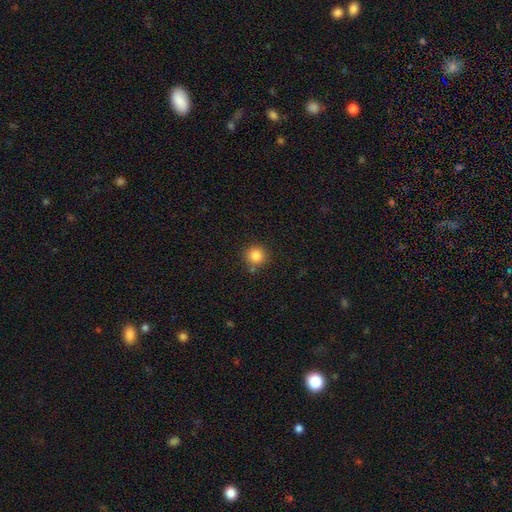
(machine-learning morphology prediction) A smooth galaxy with no disk features (84%) that is round (94%). Merging: none (82%).